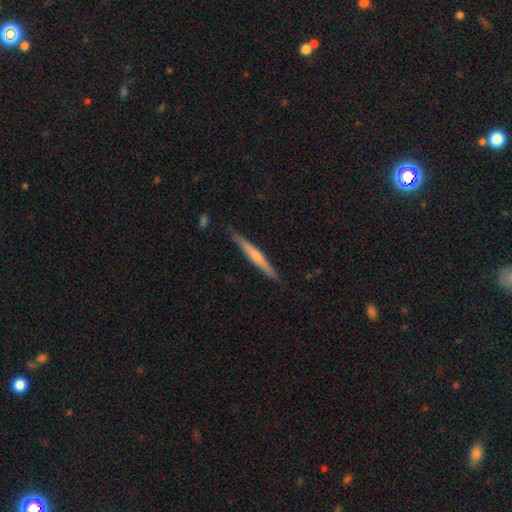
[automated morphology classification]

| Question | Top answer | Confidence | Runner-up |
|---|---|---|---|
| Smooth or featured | featured or disk | 68% | smooth (25%) |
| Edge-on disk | yes | 98% | no (2%) |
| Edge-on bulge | rounded | 64% | none (28%) |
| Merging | none | 90% | minor disturbance (8%) |